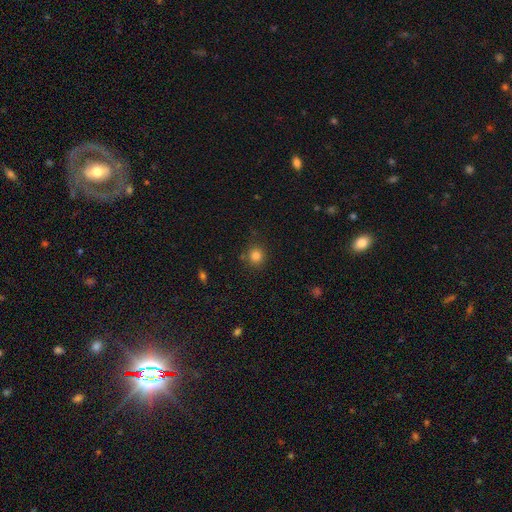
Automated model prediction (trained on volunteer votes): smooth_or_featured: smooth (p=0.83) [alt: star or artifact p=0.12]
how_rounded: round (p=0.88) [alt: in between p=0.12]
merging: none (p=0.81) [alt: minor disturbance p=0.11]